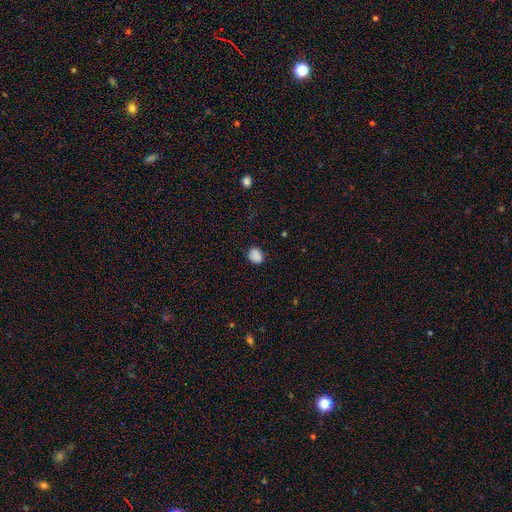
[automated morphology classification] This is clearly a smooth galaxy (87%). How rounded: possibly round (50%). Merging: clearly none (81%).